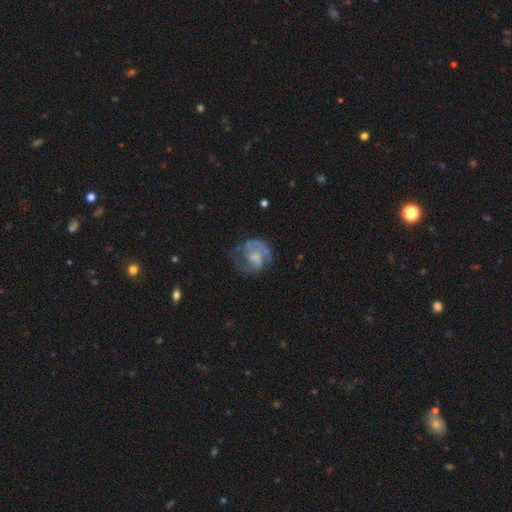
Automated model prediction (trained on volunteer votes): Smooth or featured? Predicted: featured or disk (p=0.71). Edge-on disk? Predicted: no (p=0.98). Bar? Predicted: no (p=0.60). Spiral arms? Predicted: yes (p=0.85). Spiral winding? Predicted: medium (p=0.45). Spiral arm count? Predicted: 2 (p=0.56). Bulge size? Predicted: moderate (p=0.30, tied with none). Merging? Predicted: none (p=0.56).